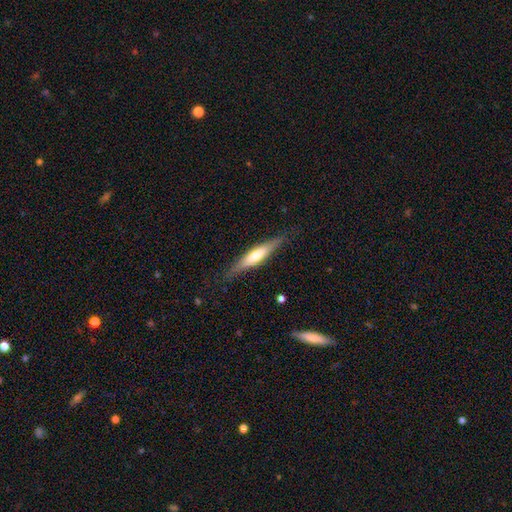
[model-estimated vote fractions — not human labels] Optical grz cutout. It shows a featured or disk galaxy (52%) viewed edge-on (92%). Merging: none (85%).